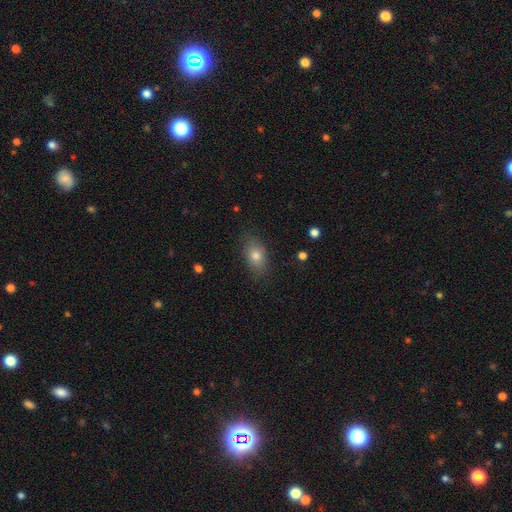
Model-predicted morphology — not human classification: A smooth galaxy with no disk features (77%) that is in between round and cigar-shaped (81%). Merging: none (82%).